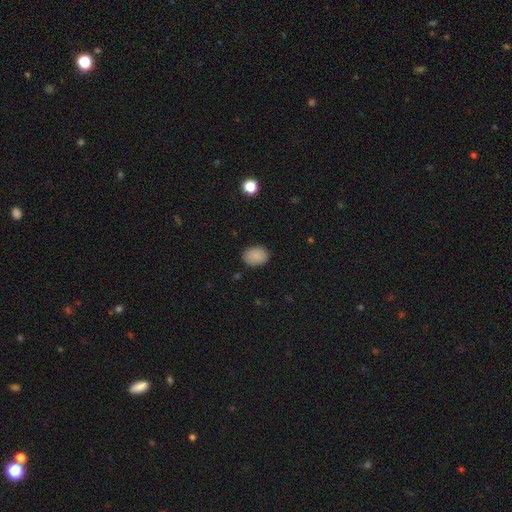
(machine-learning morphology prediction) The model was most divided on "how rounded": in between: 73%, round: 26%, cigar-shaped: 1%. More confident: smooth or featured — smooth (87%); merging — none (86%).